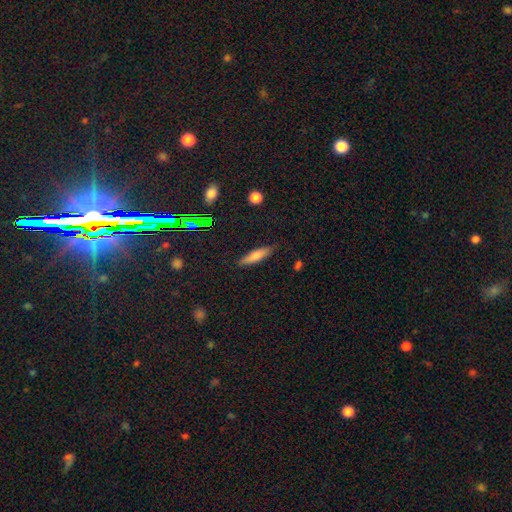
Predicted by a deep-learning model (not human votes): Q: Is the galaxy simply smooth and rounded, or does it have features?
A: smooth — 72%.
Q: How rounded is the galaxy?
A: cigar-shaped — 74%.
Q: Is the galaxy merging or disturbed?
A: none — 86%.